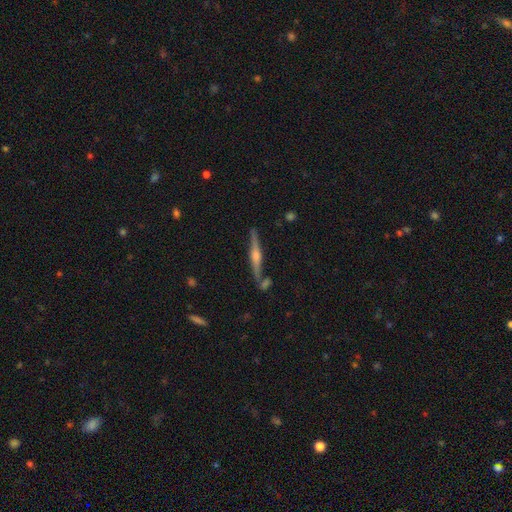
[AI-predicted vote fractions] smooth-or-featured: featured or disk: 77% | smooth: 16% | star or artifact: 6%
  disk-edge-on: yes: 97% | no: 3%
    edge-on-bulge: rounded: 83% | boxy: 10% | none: 6%
  merging: none: 83% | minor disturbance: 9% | merger: 6% | major disturbance: 2%